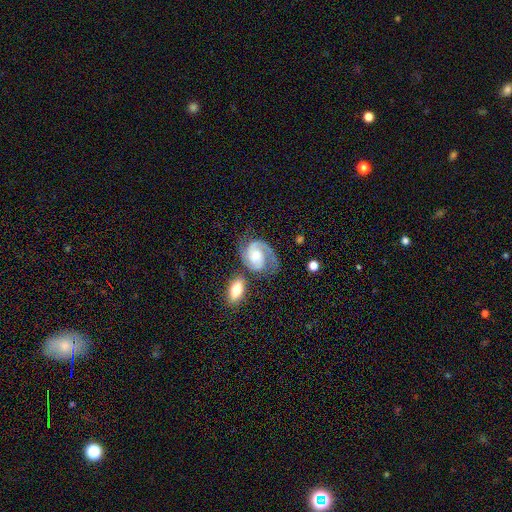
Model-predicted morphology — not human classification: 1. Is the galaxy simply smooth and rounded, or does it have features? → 85% featured or disk, 10% smooth, 5% star or artifact.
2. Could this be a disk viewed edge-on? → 97% no, 3% yes.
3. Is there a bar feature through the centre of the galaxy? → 58% no, 33% weak, 9% strong.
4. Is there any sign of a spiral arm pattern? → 97% yes, 3% no.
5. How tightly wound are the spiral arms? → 46% medium, 40% tight, 14% loose.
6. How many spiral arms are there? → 74% 2, 17% 1, 5% can't tell, 3% 3, 1% 4, 1% more than 4.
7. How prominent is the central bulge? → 54% moderate, 30% small, 10% large, 4% none, 2% dominant.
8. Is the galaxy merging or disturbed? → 51% none, 20% minor disturbance, 16% major disturbance, 13% merger.